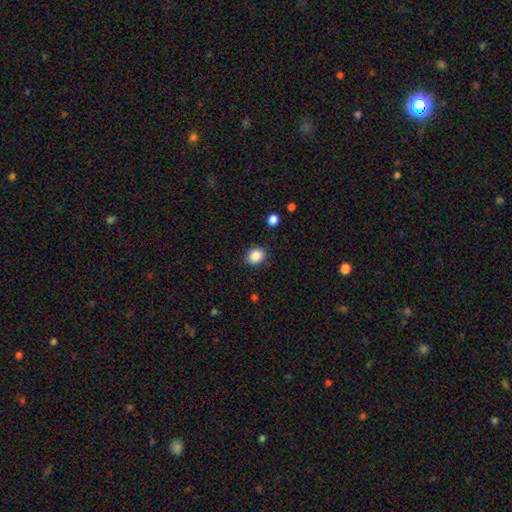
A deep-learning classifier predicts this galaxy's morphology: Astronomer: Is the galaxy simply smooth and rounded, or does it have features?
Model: smooth — 87%.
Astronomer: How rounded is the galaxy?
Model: round — 59% (runner-up: in between, 40%).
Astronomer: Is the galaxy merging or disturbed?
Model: none — 85%.